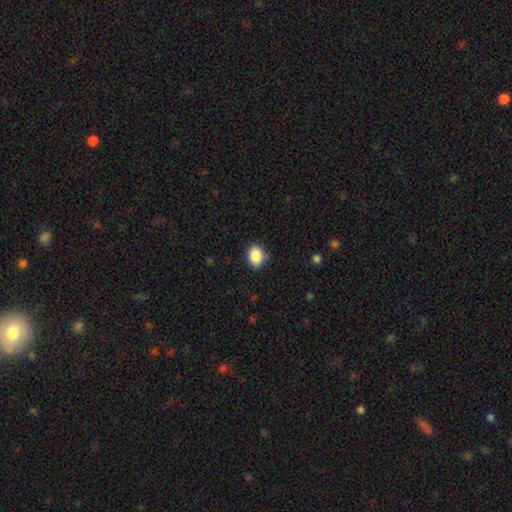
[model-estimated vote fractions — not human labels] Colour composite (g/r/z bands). It shows a smooth galaxy with no disk features (88%) that is in between round and cigar-shaped (57%). Merging: none (81%).